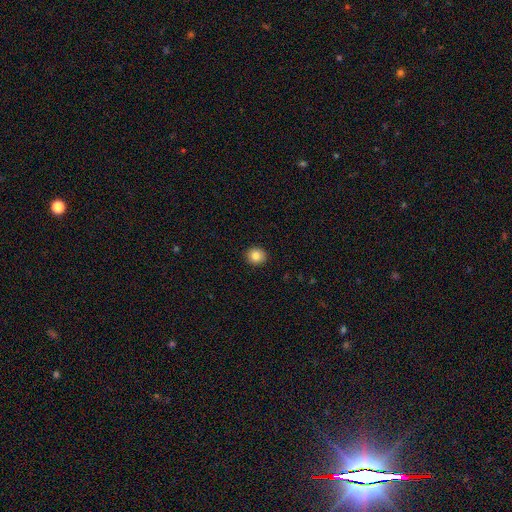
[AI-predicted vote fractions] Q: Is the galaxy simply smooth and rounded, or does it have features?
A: smooth — 85%.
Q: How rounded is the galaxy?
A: round — 85%.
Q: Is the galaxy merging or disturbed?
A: none — 92%.